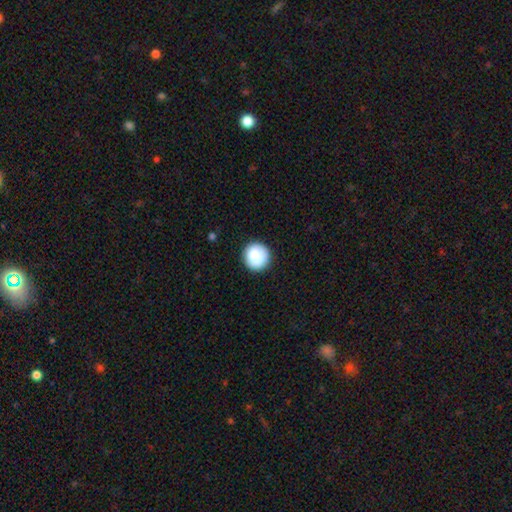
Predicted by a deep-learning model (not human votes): Q: Smooth or featured?
A: smooth (85%); runner-up: featured or disk (7%)
Q: How rounded?
A: round (95%); runner-up: in between (4%)
Q: Merging?
A: none (90%); runner-up: minor disturbance (8%)